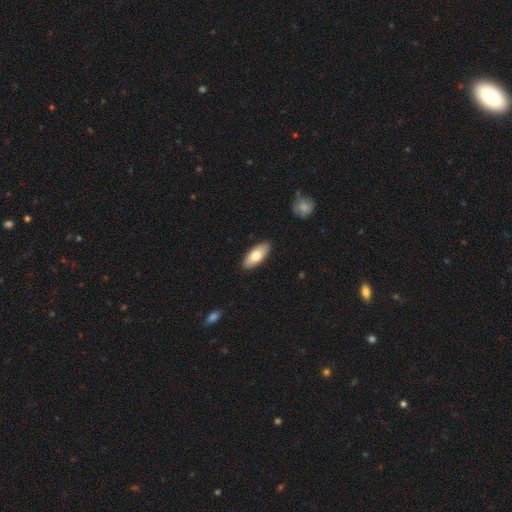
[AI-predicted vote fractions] Smooth or featured: smooth — 75% (featured or disk — 19%)
How rounded: in between — 82% (cigar-shaped — 16%)
Merging: none — 89% (minor disturbance — 8%)